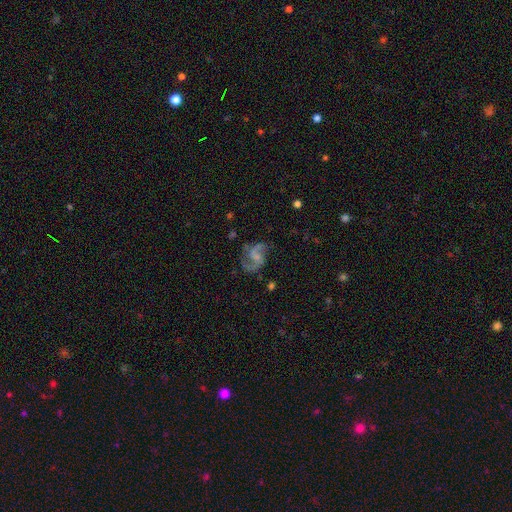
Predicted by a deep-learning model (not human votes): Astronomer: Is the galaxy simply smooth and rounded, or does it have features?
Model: featured or disk — 83%.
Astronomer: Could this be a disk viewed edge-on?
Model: no — 98%.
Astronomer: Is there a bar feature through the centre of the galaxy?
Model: no — 48% (runner-up: weak, 42%).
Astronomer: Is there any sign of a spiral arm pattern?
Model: yes — 94%.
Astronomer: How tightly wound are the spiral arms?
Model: loose — 49% (runner-up: medium, 43%).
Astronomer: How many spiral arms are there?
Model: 2 — 88%.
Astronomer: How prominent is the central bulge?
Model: small — 47% (runner-up: none, 32%).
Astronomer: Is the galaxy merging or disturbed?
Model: none — 60%.